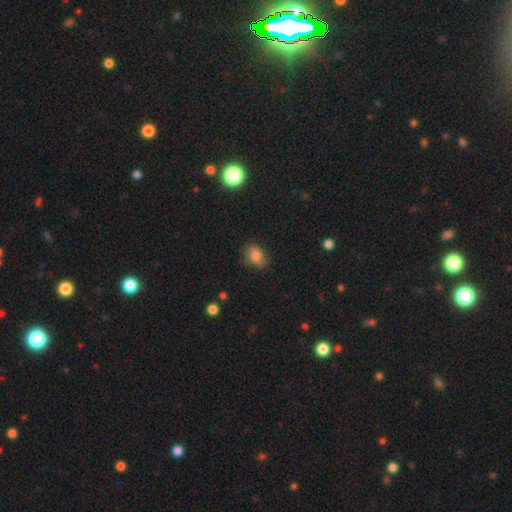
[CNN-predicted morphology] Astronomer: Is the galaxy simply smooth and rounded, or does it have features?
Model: smooth — 80%.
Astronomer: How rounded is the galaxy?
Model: in between — 73%.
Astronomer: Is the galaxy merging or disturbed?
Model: none — 76%.